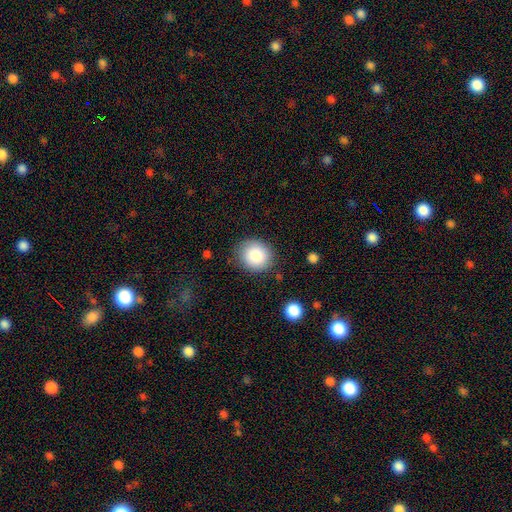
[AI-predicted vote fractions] smooth-or-featured: smooth: 86% | star or artifact: 8% | featured or disk: 6%
  how-rounded: round: 80% | in between: 20% | cigar-shaped: 1%
  merging: none: 85% | minor disturbance: 10% | major disturbance: 3% | merger: 2%